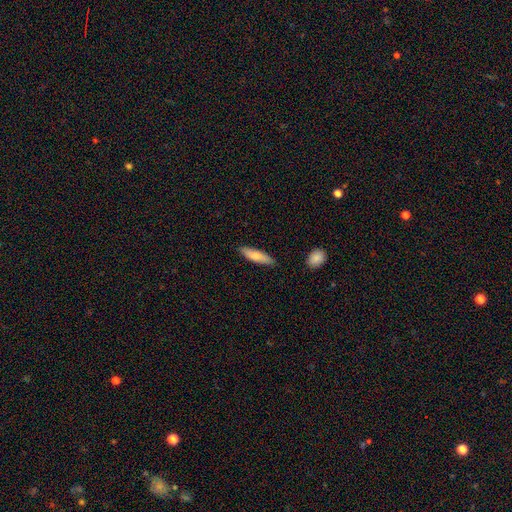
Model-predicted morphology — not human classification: The model was most divided on "how rounded": cigar-shaped: 63%, in between: 35%, round: 2%. More confident: merging — none (86%); smooth or featured — smooth (76%).